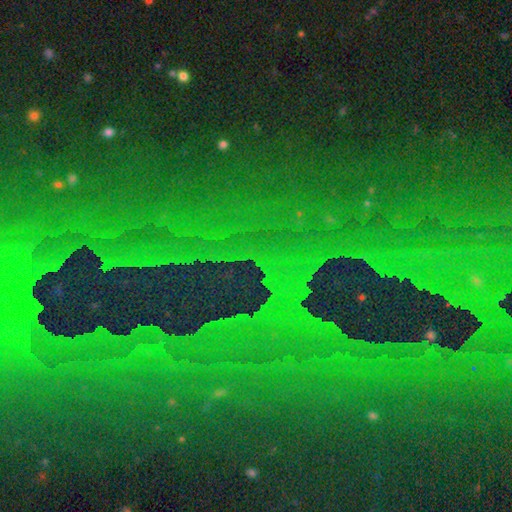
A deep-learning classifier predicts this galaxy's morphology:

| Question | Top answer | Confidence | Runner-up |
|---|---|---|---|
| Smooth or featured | star or artifact | 86% | featured or disk (7%) |